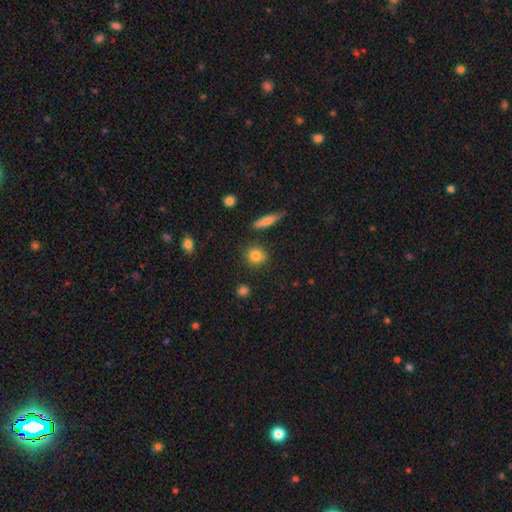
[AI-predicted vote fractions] Smooth or featured: smooth — 83% (star or artifact — 9%)
How rounded: round — 84% (in between — 14%)
Merging: none — 87% (minor disturbance — 8%)